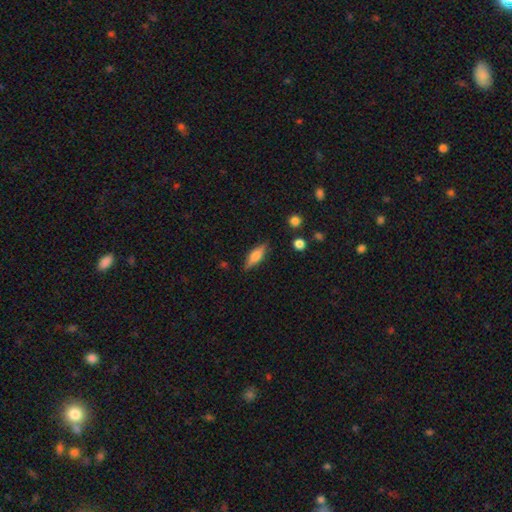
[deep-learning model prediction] smooth-or-featured: smooth: 58% | featured or disk: 35% | star or artifact: 7%
  how-rounded: in between: 54% | cigar-shaped: 43% | round: 3%
  merging: none: 83% | minor disturbance: 12% | major disturbance: 3% | merger: 2%